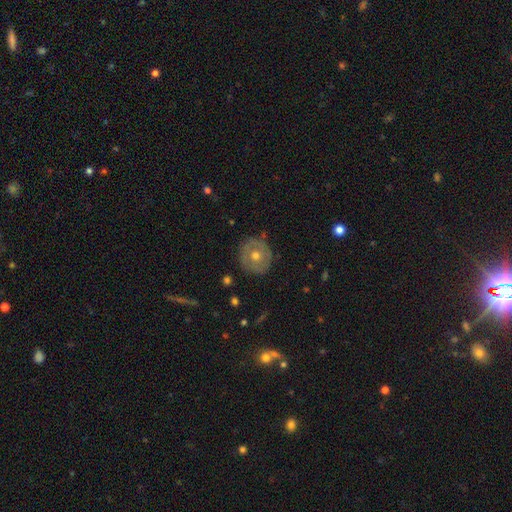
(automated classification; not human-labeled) This is possibly a featured or disk galaxy (50%). Merging: clearly none (84%).